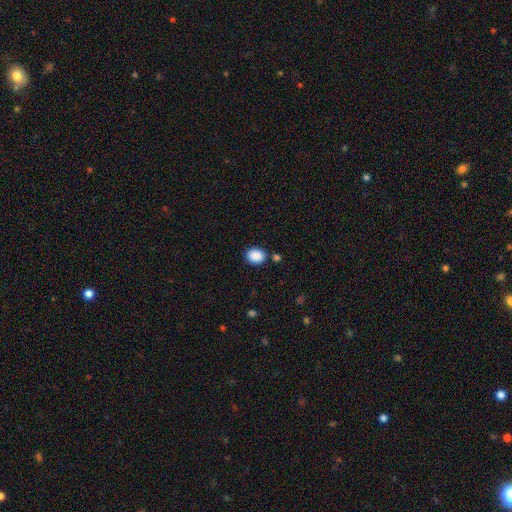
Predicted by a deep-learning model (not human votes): A smooth galaxy with no disk features (89%) that is in between round and cigar-shaped (56%). Merging: none (83%).